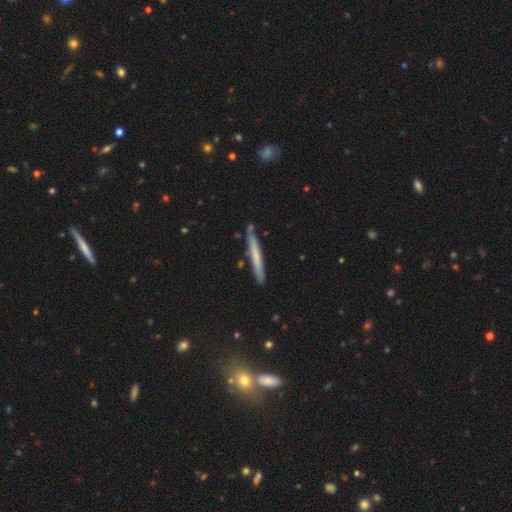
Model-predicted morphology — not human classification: A smooth galaxy with no disk features (61%) that is cigar-shaped (96%). Merging: none (85%).